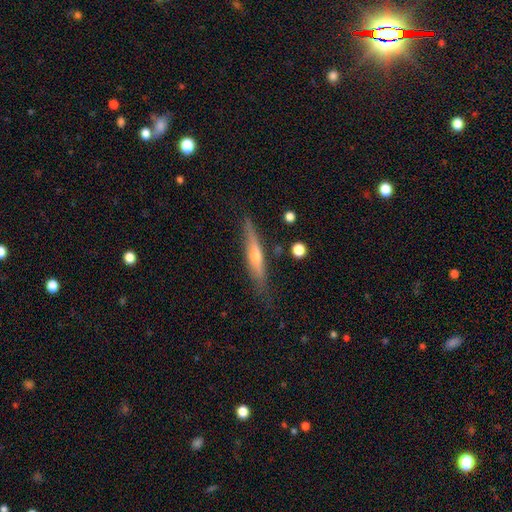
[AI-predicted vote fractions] smooth_or_featured: featured or disk (p=0.60) [alt: smooth p=0.34]
disk_edge_on: yes (p=0.93) [alt: no p=0.07]
edge_on_bulge: rounded (p=0.76) [alt: none p=0.19]
merging: none (p=0.81) [alt: minor disturbance p=0.14]